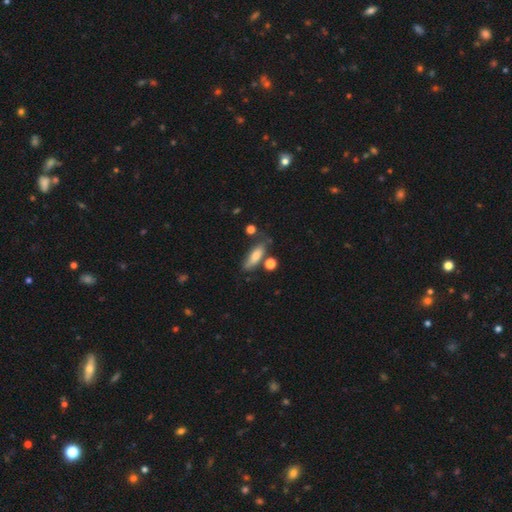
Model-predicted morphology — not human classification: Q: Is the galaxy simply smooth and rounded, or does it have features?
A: smooth — 75%.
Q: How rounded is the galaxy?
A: in between — 56%.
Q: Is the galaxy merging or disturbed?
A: none — 60%.